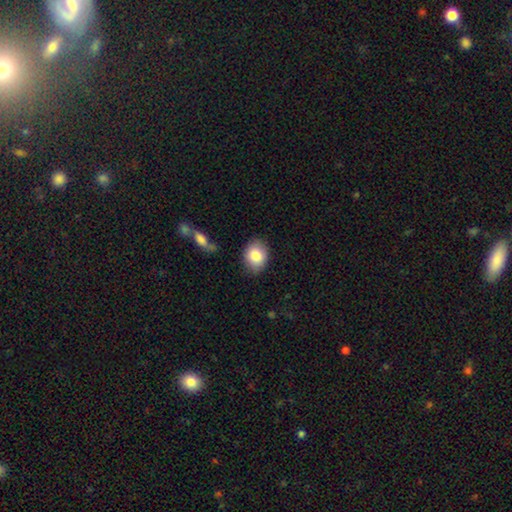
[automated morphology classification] smooth 84%, featured or disk 9%, star or artifact 7%. Down the decision tree: how rounded — in between (58%); merging — none (81%).